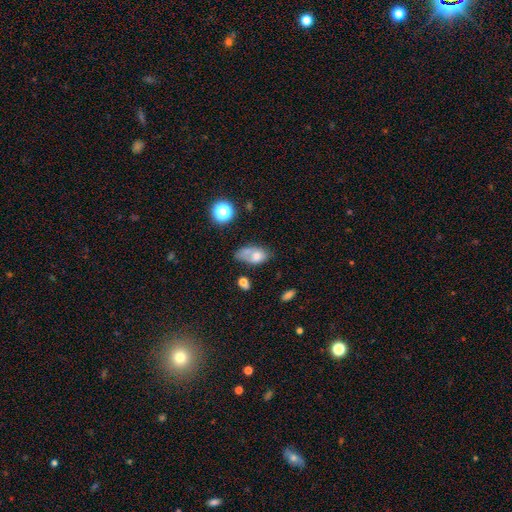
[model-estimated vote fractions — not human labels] Overall: smooth (66%). How rounded: in between (85%). Merging: none (30%; minor disturbance 26%).